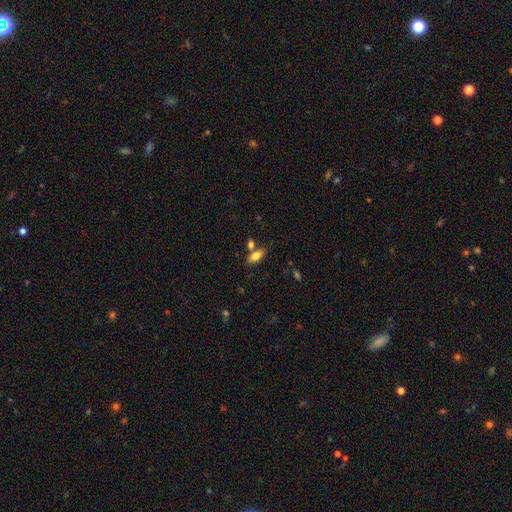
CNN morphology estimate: Smooth or featured?
  - smooth: 79% *
  - featured or disk: 13%
  - star or artifact: 8%
How rounded?
  - in between: 86% *
  - cigar-shaped: 10%
  - round: 3%
Merging?
  - none: 66% *
  - merger: 18%
  - minor disturbance: 12%
  - major disturbance: 3%